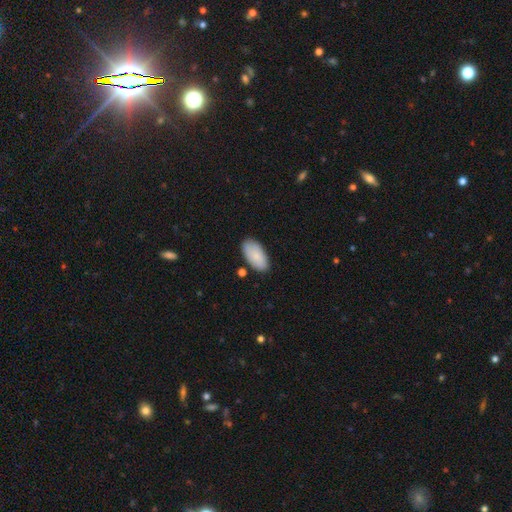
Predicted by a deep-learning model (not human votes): Morphology: type=smooth (85%); roundness=in between (95%); merging=none (82%).